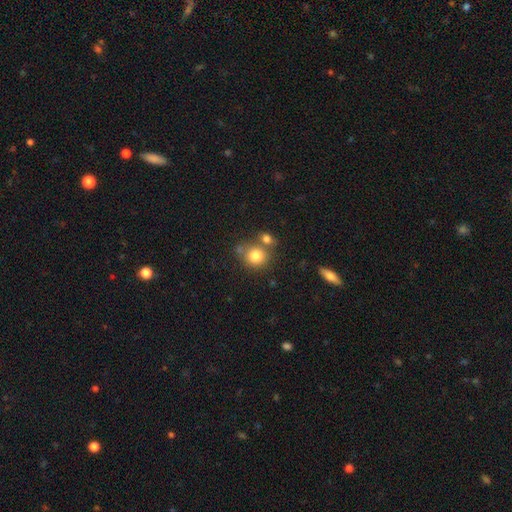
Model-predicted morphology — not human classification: Overall: smooth (80%). How rounded: round (84%). Merging: none (58%; merger 27%).